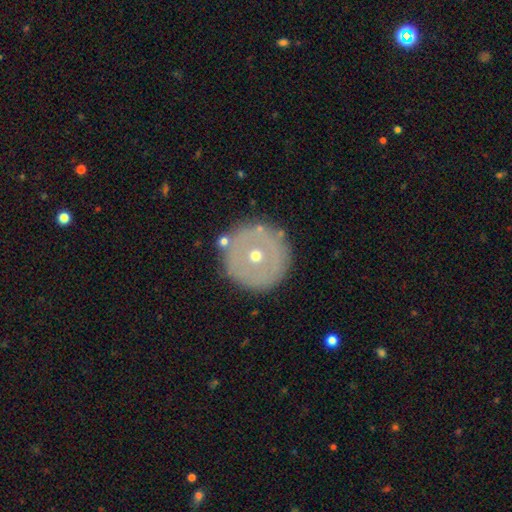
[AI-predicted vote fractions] smooth_or_featured: smooth (p=0.47) [alt: featured or disk p=0.44]
merging: none (p=0.85) [alt: minor disturbance p=0.09]